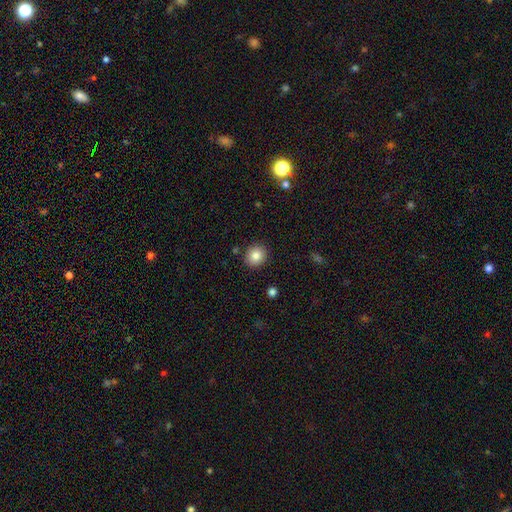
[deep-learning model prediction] Smooth or featured? Predicted: smooth (p=0.84). How rounded? Predicted: round (p=0.84). Merging? Predicted: none (p=0.89).